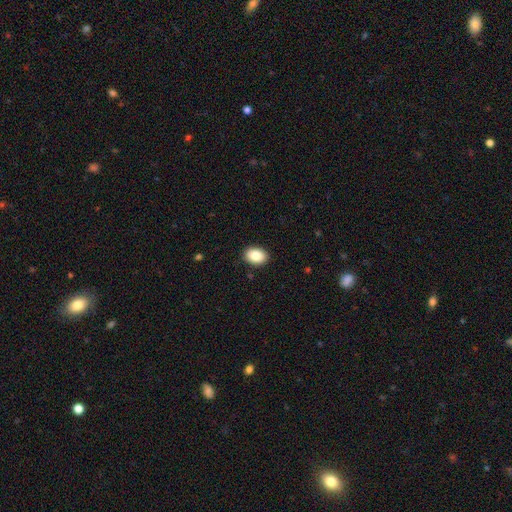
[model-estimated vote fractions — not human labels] Smooth or featured?
  - smooth: 86% *
  - star or artifact: 8%
  - featured or disk: 6%
How rounded?
  - in between: 78% *
  - round: 21%
  - cigar-shaped: 1%
Merging?
  - none: 90% *
  - minor disturbance: 8%
  - major disturbance: 2%
  - merger: 1%